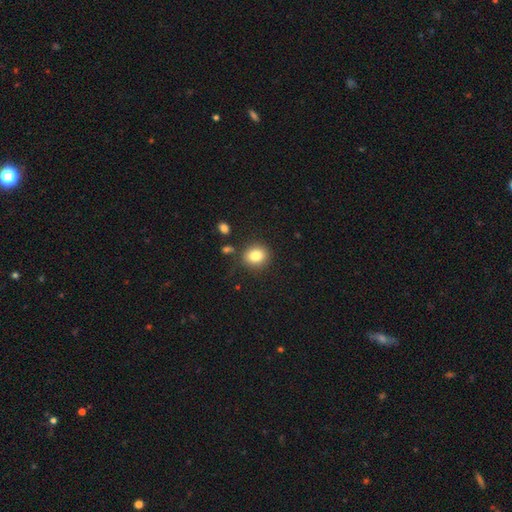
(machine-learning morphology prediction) Smooth or featured? smooth (83%)
How rounded? round (76%)
Merging? none (83%)